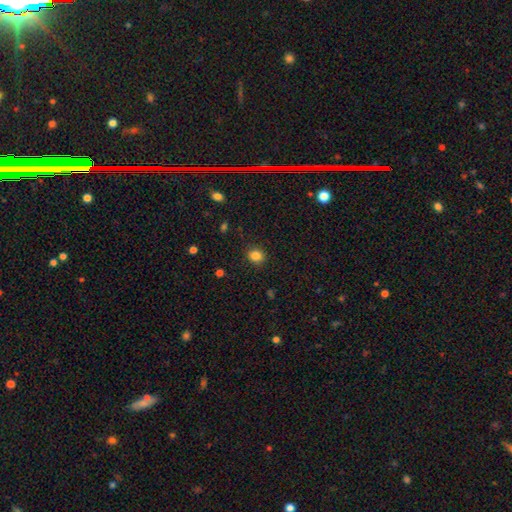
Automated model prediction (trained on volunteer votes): This appears to be a smooth galaxy with no disk features (84%) that is round (73%). Merging: none (89%).